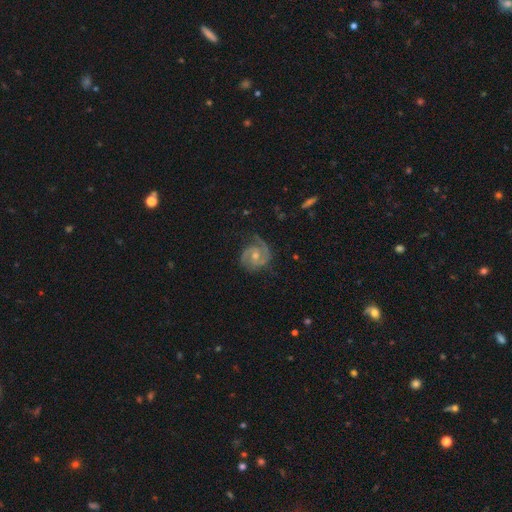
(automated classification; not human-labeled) The model was most divided on "spiral winding" (2-way tie): tight: 45%, medium: 45%, loose: 10%. More confident: edge-on disk — no (98%); spiral arms — yes (98%); smooth or featured — featured or disk (88%); spiral arm count — 2 (83%); merging — none (72%); bulge size — moderate (60%); bar — no (58%).